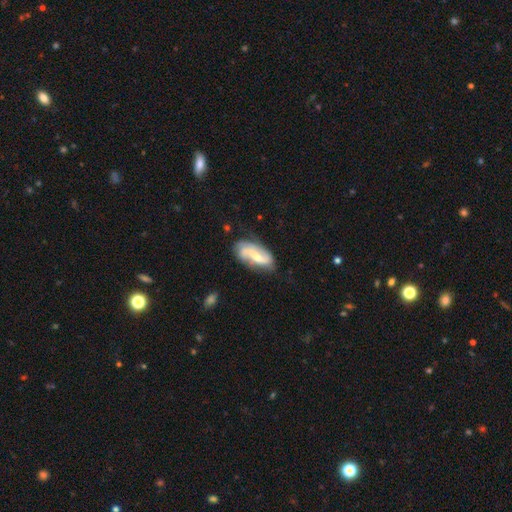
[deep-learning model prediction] A featured or disk galaxy (63%) with a weak bar (44%), 2 (71%) loose (45%) spiral arms (86%) and a moderate central bulge (38%). Merging: none (57%).